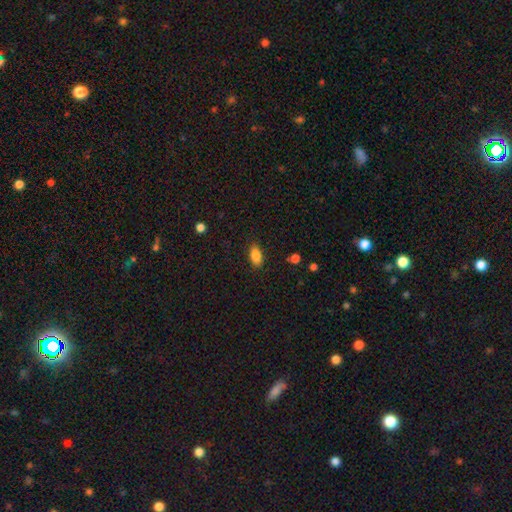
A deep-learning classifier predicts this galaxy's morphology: Smooth or featured?
  - smooth: 87% *
  - star or artifact: 8%
  - featured or disk: 4%
How rounded?
  - in between: 91% *
  - cigar-shaped: 6%
  - round: 4%
Merging?
  - none: 86% *
  - minor disturbance: 10%
  - major disturbance: 3%
  - merger: 1%